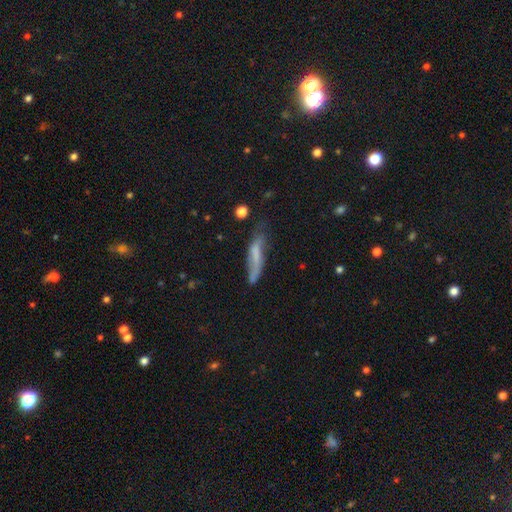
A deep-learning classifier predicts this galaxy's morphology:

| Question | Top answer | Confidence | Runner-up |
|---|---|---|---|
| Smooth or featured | smooth | 56% | featured or disk (36%) |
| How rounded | cigar-shaped | 81% | in between (18%) |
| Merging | none | 49% | minor disturbance (31%) |